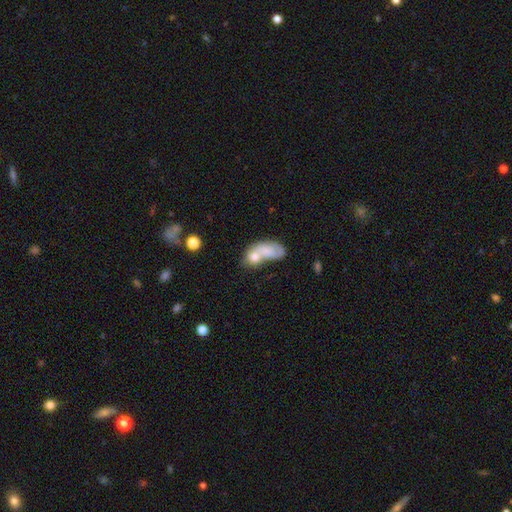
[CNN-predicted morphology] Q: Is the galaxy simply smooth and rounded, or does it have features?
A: smooth — 65%.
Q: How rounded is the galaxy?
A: in between — 81%.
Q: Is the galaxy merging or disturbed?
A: merger — 61%.